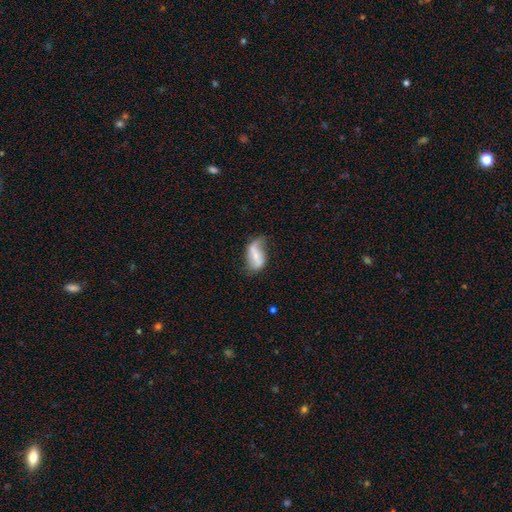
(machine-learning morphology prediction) Smooth or featured? Predicted: featured or disk (p=0.58). Edge-on disk? Predicted: no (p=0.94). Bar? Predicted: strong (p=0.42). Spiral arms? Predicted: yes (p=0.77). Bulge size? Predicted: small (p=0.51). Merging? Predicted: none (p=0.43).